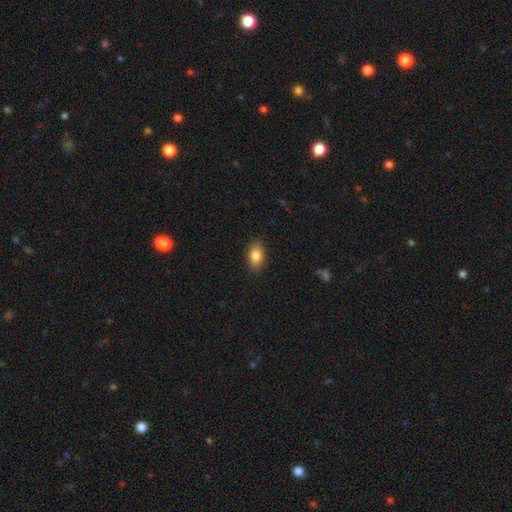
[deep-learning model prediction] The model was most divided on "smooth or featured": smooth: 84%, featured or disk: 8%, star or artifact: 8%. More confident: how rounded — in between (88%); merging — none (88%).